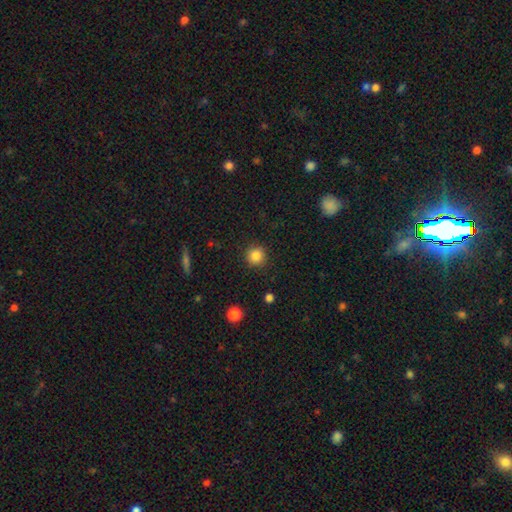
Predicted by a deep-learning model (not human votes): Smooth or featured? smooth (85%)
How rounded? round (93%)
Merging? none (89%)